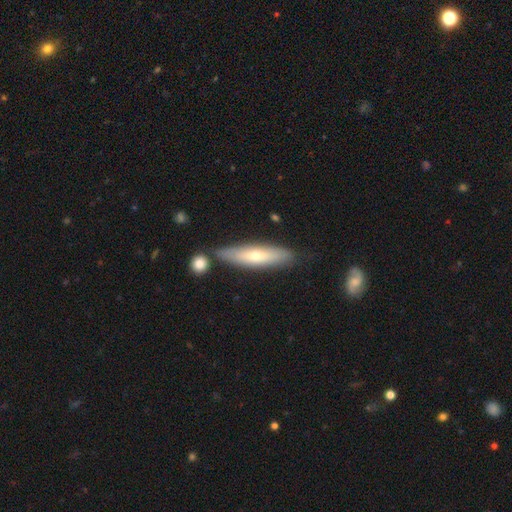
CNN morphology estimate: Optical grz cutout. It shows a smooth galaxy with no disk features (54%) that is cigar-shaped (76%). Merging: none (79%).